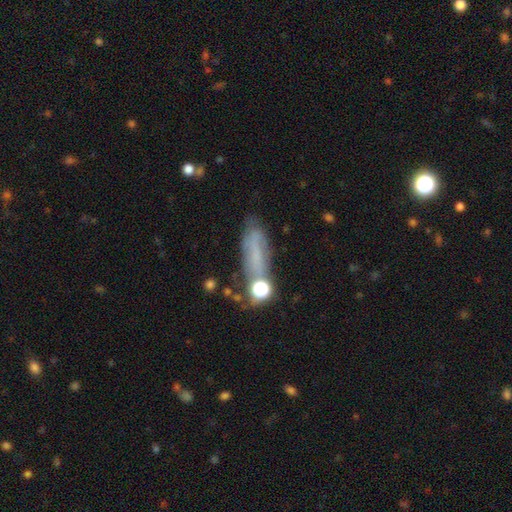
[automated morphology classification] smooth 44%, featured or disk 37%, star or artifact 19%. Down the decision tree: merging — none (47%).